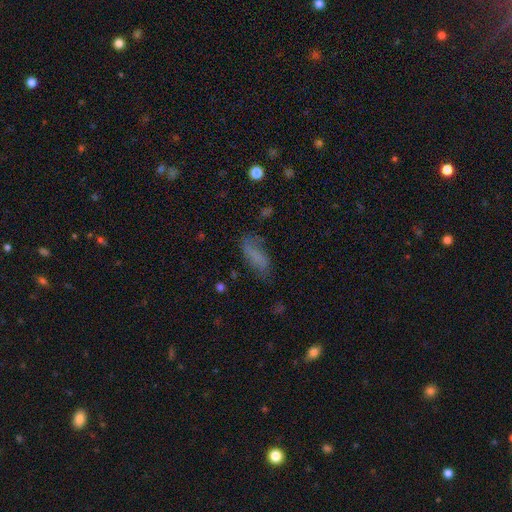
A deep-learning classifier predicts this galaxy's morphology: A smooth galaxy with no disk features (64%) that is in between round and cigar-shaped (65%). Merging: none (56%).